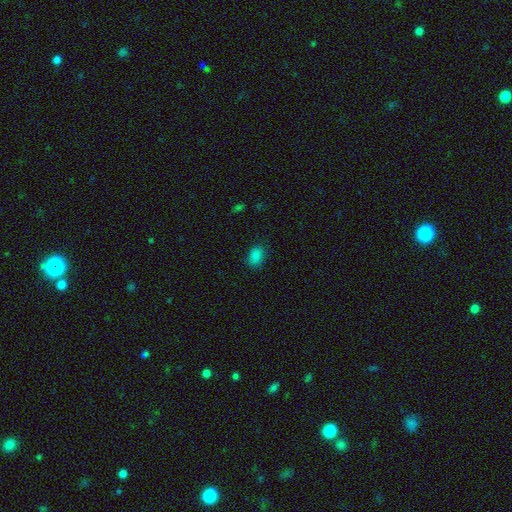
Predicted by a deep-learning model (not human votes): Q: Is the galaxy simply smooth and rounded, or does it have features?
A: smooth — 83%.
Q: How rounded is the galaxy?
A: in between — 83%.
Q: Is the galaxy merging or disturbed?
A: none — 80%.